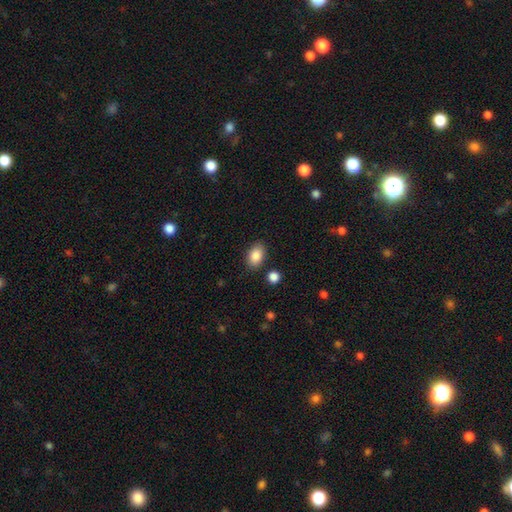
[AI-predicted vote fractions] This is clearly a smooth galaxy (87%). How rounded: clearly in between (86%). Merging: clearly none (83%).